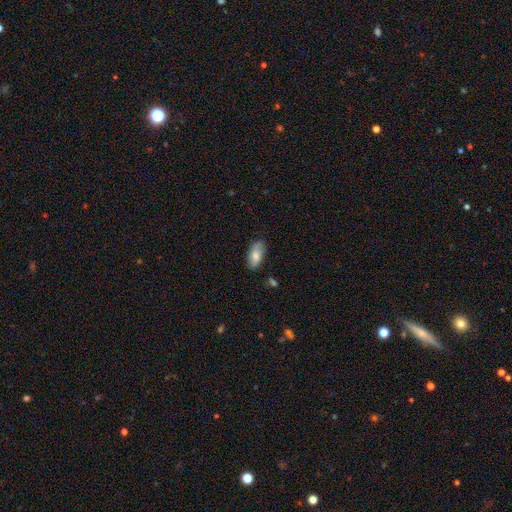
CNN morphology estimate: Smooth or featured? smooth (76%)
How rounded? in between (90%)
Merging? none (79%)